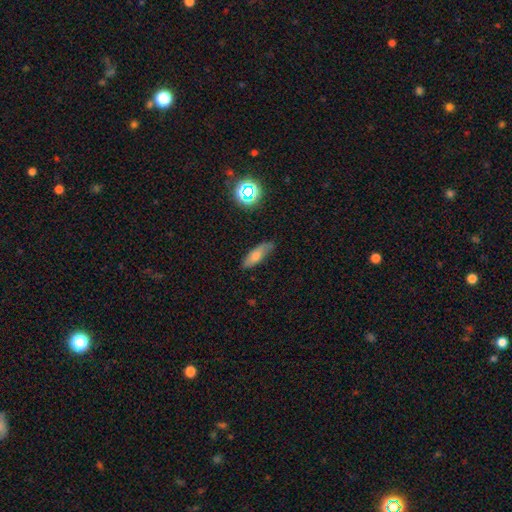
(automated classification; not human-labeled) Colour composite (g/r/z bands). It shows a smooth galaxy with no disk features (70%) that is in between round and cigar-shaped (55%). Merging: none (69%).